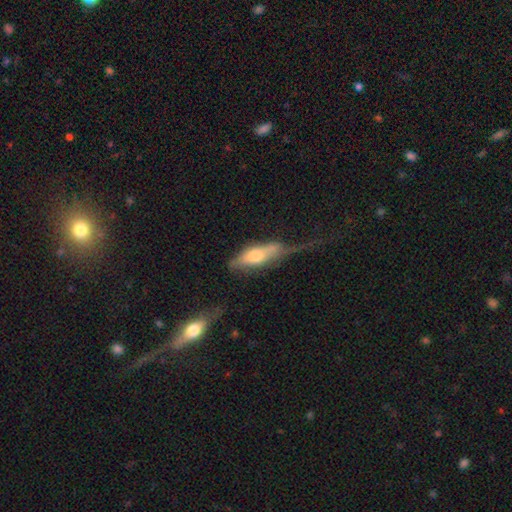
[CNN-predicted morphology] smooth-or-featured: smooth: 55% | featured or disk: 39% | star or artifact: 6%
  how-rounded: in between: 56% | cigar-shaped: 41% | round: 3%
  merging: major disturbance: 41% | none: 27% | minor disturbance: 26% | merger: 6%